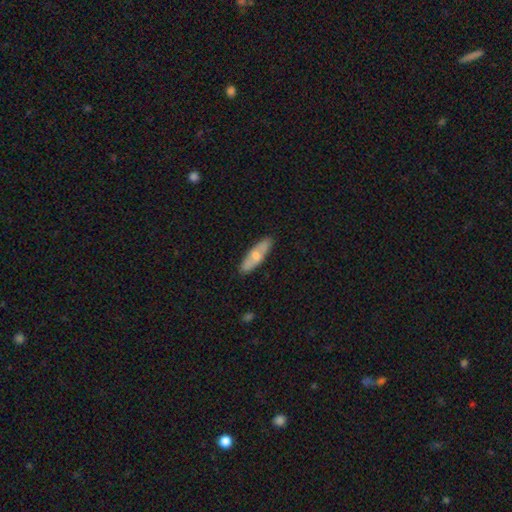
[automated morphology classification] Smooth or featured?
  - smooth: 59% *
  - featured or disk: 36%
  - star or artifact: 6%
How rounded?
  - cigar-shaped: 49% * (tied)
  - in between: 49% * (tied)
  - round: 2%
Merging?
  - none: 84% *
  - minor disturbance: 12%
  - major disturbance: 2%
  - merger: 2%